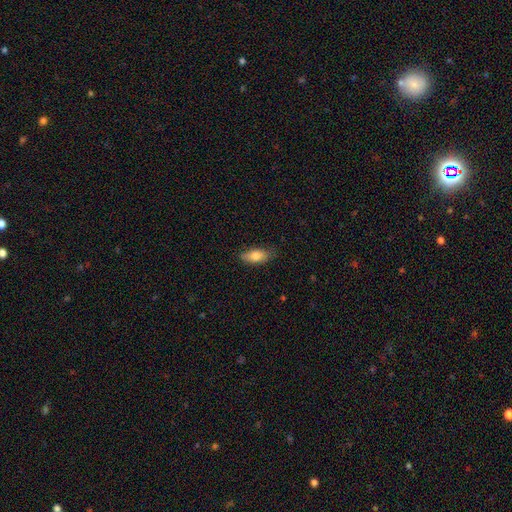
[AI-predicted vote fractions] smooth_or_featured: smooth (p=0.80) [alt: featured or disk p=0.13]
how_rounded: in between (p=0.82) [alt: cigar-shaped p=0.14]
merging: none (p=0.75) [alt: minor disturbance p=0.20]